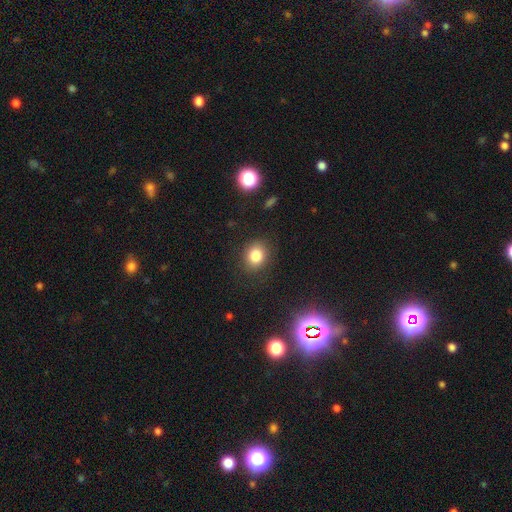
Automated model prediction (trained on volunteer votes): Smooth or featured? smooth (81%)
How rounded? round (66%)
Merging? none (86%)